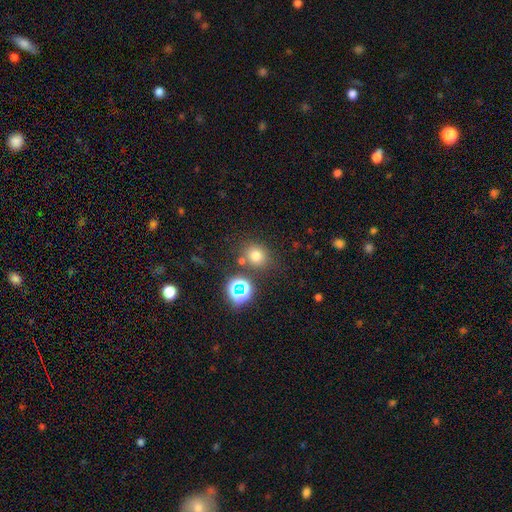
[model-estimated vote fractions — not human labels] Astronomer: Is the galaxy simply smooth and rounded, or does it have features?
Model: smooth — 71%.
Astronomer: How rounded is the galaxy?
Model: round — 77%.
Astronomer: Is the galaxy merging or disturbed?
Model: none — 75%.